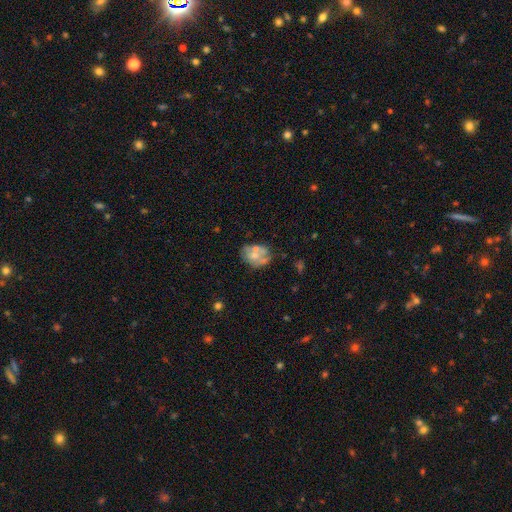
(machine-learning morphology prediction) Smooth or featured? featured or disk (46%)
Merging? none (42%)